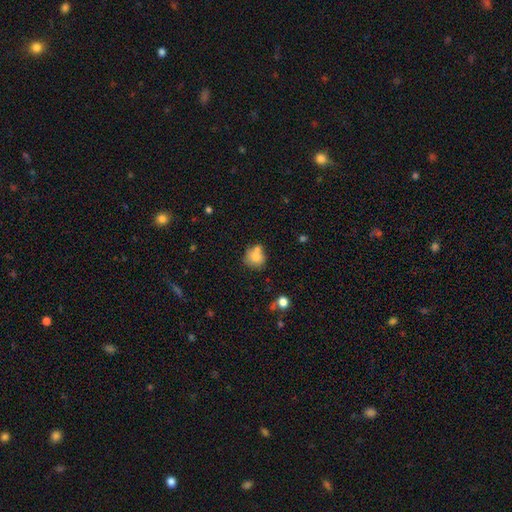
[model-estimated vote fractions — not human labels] Smooth or featured: smooth — 74% (featured or disk — 15%)
How rounded: round — 84% (in between — 15%)
Merging: none — 53% (merger — 30%)